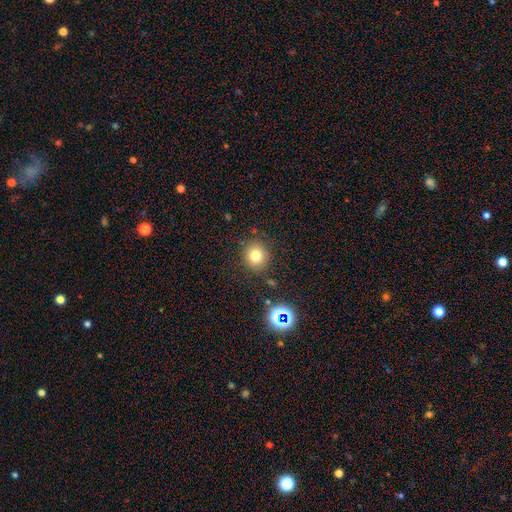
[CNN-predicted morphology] type=smooth (76%); roundness=round (87%); merging=none (85%).